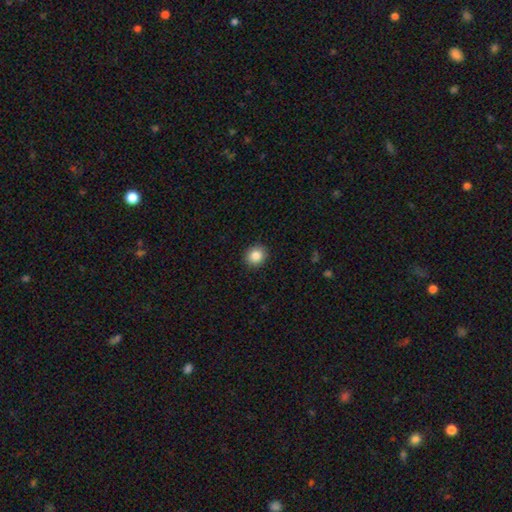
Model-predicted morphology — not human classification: The model was most divided on "how rounded": round: 82%, in between: 17%, cigar-shaped: 1%. More confident: merging — none (91%); smooth or featured — smooth (86%).